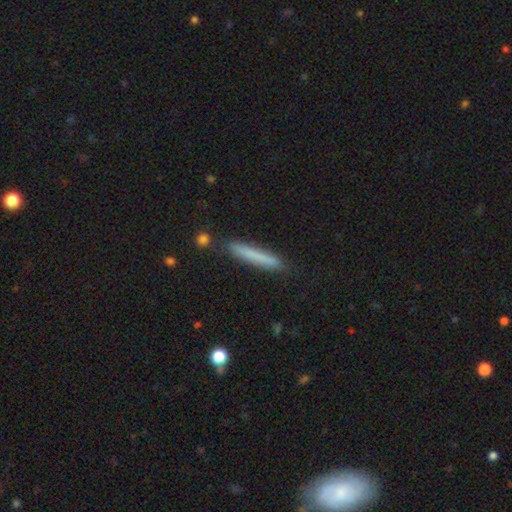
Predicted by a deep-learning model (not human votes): Overall: smooth (76%). How rounded: cigar-shaped (95%). Merging: none (87%).